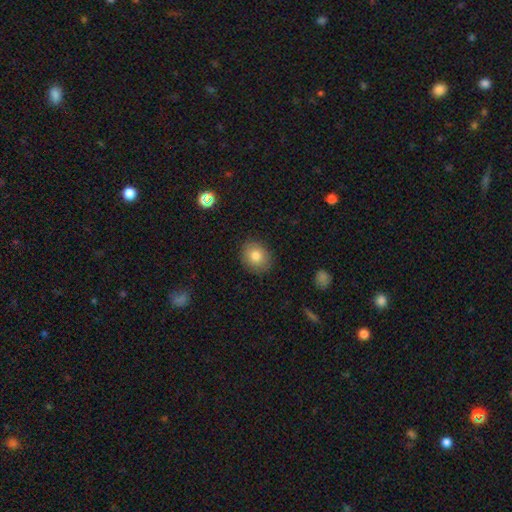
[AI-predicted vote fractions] Smooth or featured? smooth (80%)
How rounded? round (67%)
Merging? none (87%)